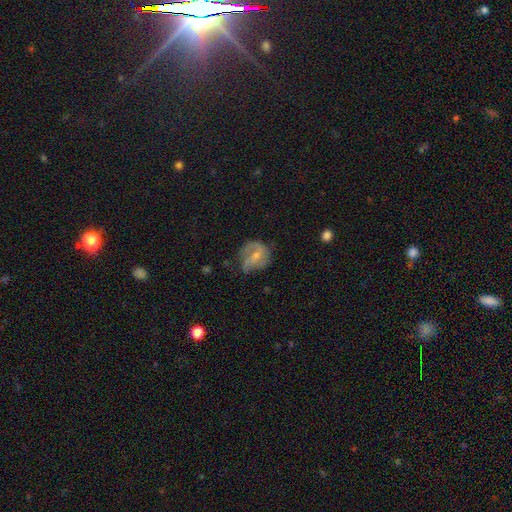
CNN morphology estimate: smooth-or-featured: featured or disk: 63% | smooth: 29% | star or artifact: 8%
  disk-edge-on: no: 97% | yes: 3%
    bar: weak: 44% | no: 43% | strong: 12%
    has-spiral-arms: yes: 80% | no: 20%
    bulge-size: small: 54% | moderate: 34% | none: 9% | large: 2% | dominant: 1%
  merging: none: 45% | minor disturbance: 28% | major disturbance: 24% | merger: 2%